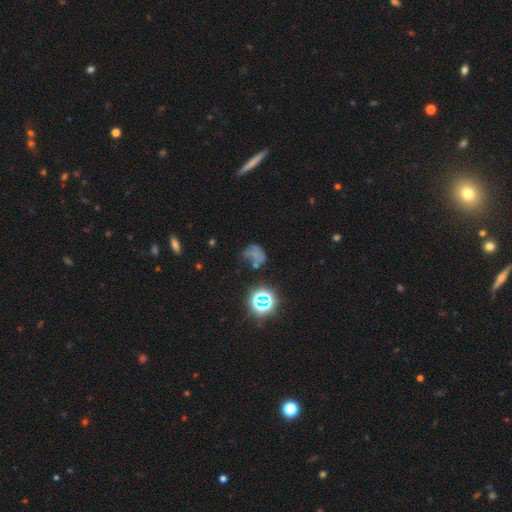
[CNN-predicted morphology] Smooth or featured: smooth — 38% (star or artifact — 33%)
Merging: none — 35% (major disturbance — 30%)